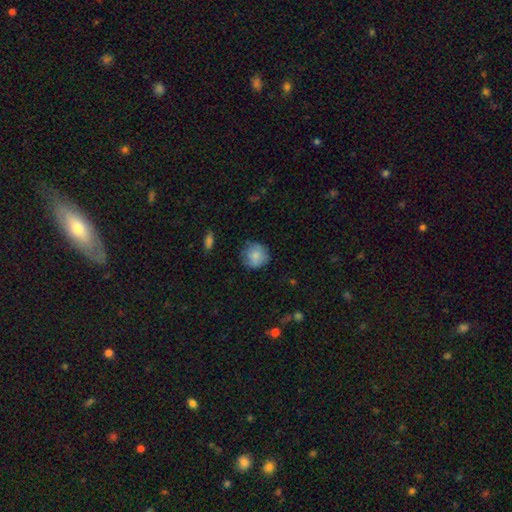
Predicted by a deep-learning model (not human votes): Q: Smooth or featured?
A: smooth (83%); runner-up: featured or disk (10%)
Q: How rounded?
A: round (91%); runner-up: in between (8%)
Q: Merging?
A: none (75%); runner-up: minor disturbance (19%)